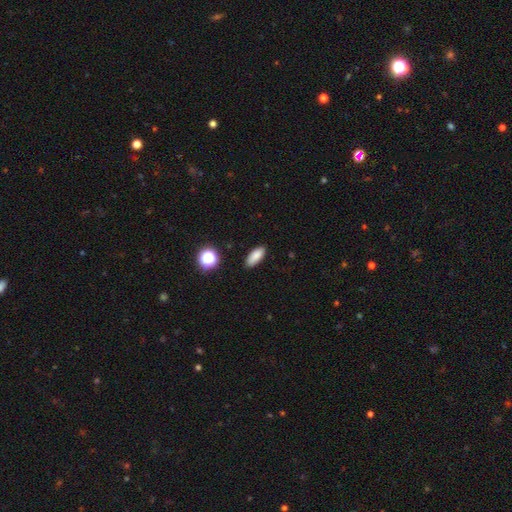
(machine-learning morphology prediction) smooth_or_featured: smooth (p=0.85) [alt: star or artifact p=0.09]
how_rounded: in between (p=0.79) [alt: cigar-shaped p=0.18]
merging: none (p=0.87) [alt: minor disturbance p=0.10]